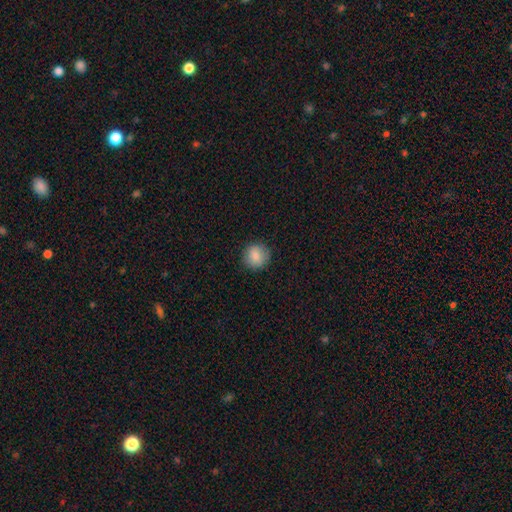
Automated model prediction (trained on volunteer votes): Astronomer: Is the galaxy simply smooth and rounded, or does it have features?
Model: smooth — 86%.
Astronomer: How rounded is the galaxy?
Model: round — 90%.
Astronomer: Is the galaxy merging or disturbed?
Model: none — 88%.